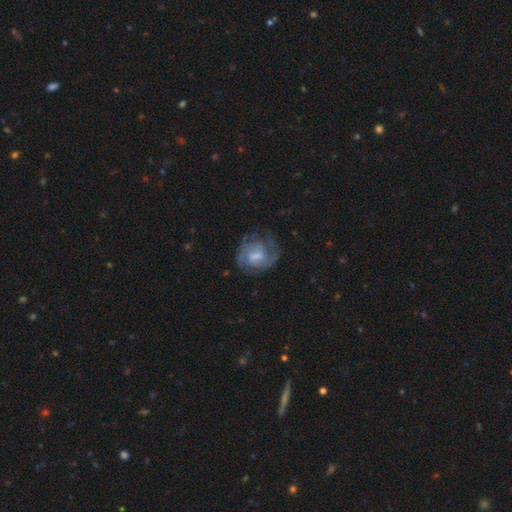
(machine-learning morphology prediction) A featured or disk galaxy (69%) with a weak bar (53%), 2 (39%) tight (46%) spiral arms (82%) and a moderate central bulge (39%).

Vote fractions:
- Smooth or featured? featured or disk: 69% / smooth: 25% / star or artifact: 7%
- Edge-on disk? no: 97% / yes: 3%
- Bar? weak: 53% / no: 34% / strong: 13%
- Spiral arms? yes: 82% / no: 18%
- Spiral winding? tight: 46% / medium: 39% / loose: 15%
- Spiral arm count? 2: 39% / can't tell: 36% / 3: 12% / 1: 6% / 4: 4% / more than 4: 3%
- Bulge size? moderate: 39% / small: 32% / none: 18% / large: 10% / dominant: 1%
- Merging? none: 60% / minor disturbance: 22% / major disturbance: 17% / merger: 2%